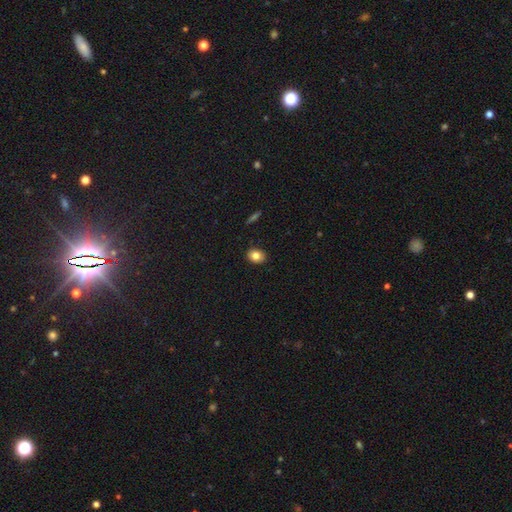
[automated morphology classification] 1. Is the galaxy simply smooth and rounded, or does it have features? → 82% smooth, 9% star or artifact, 9% featured or disk.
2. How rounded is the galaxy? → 55% in between, 44% round, 1% cigar-shaped.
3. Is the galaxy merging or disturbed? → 89% none, 8% minor disturbance, 2% major disturbance, 1% merger.